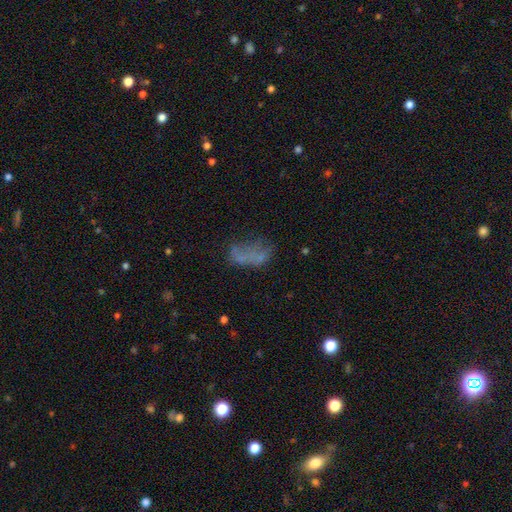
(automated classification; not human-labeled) smooth_or_featured: smooth (p=0.46) [alt: featured or disk p=0.36]
merging: none (p=0.34) [alt: major disturbance p=0.33]